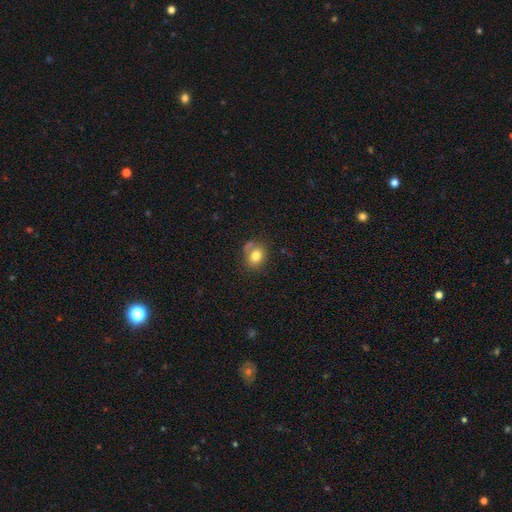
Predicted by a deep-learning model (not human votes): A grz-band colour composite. It shows a smooth galaxy with no disk features (79%) that is round (50%). Merging: none (61%).